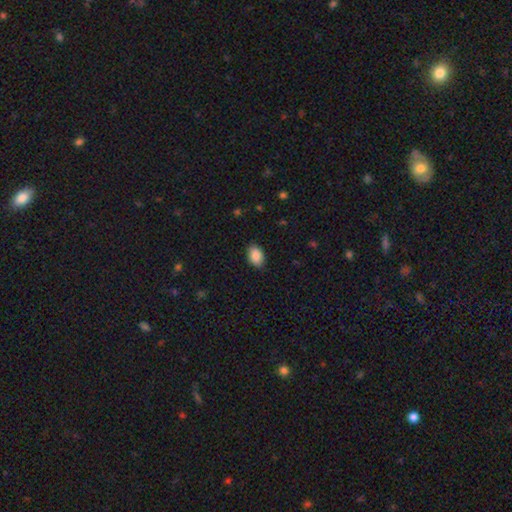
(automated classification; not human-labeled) This is clearly a smooth galaxy (89%). How rounded: clearly in between (89%). Merging: clearly none (87%).